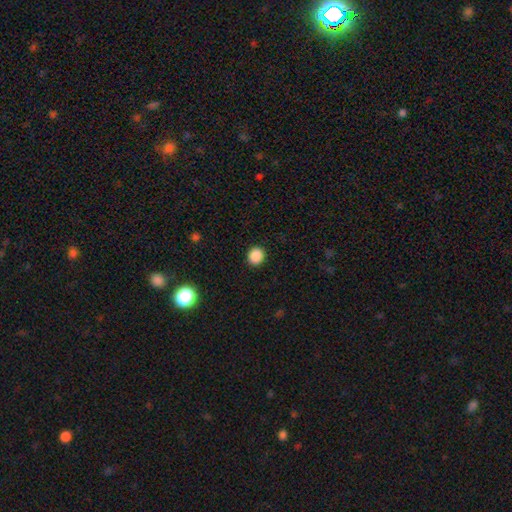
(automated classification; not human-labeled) Morphology: type=smooth (87%); roundness=round (86%); merging=none (92%).